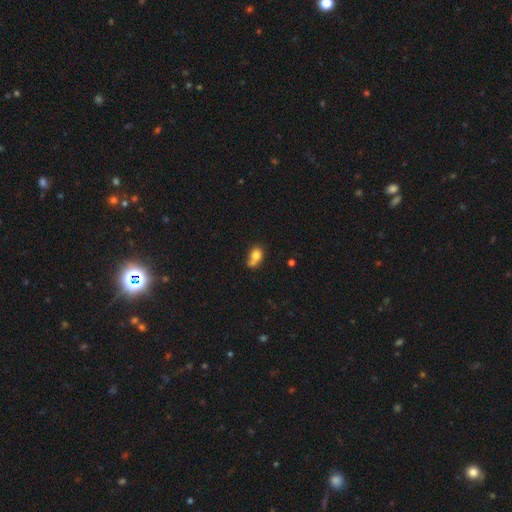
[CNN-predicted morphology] Q: Smooth or featured?
A: smooth (76%); runner-up: featured or disk (14%)
Q: How rounded?
A: in between (62%); runner-up: round (36%)
Q: Merging?
A: none (35%); runner-up: merger (31%)